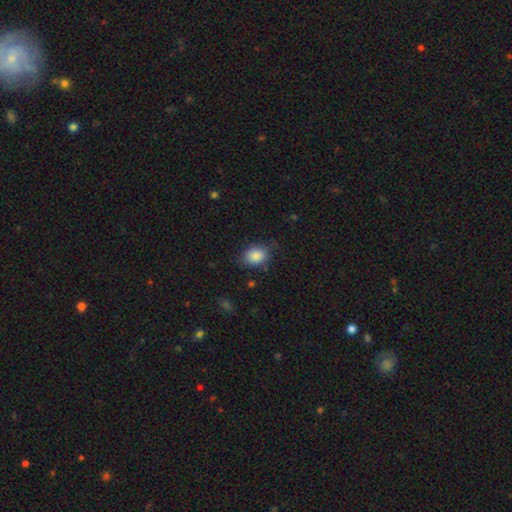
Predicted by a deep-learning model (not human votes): This appears to be a smooth galaxy with no disk features (86%) that is in between round and cigar-shaped (61%). Merging: none (75%).